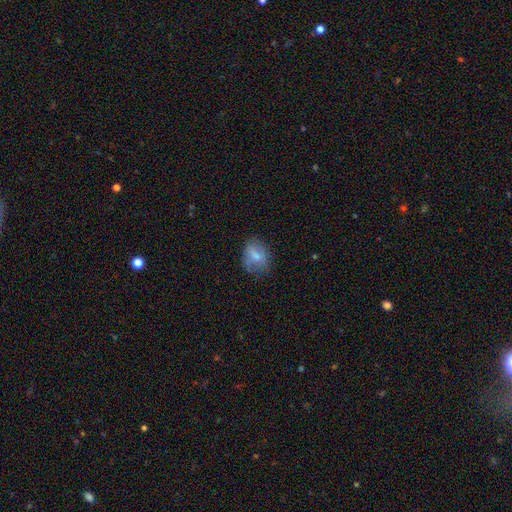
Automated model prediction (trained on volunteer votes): smooth-or-featured: smooth: 66% | featured or disk: 25% | star or artifact: 9%
  how-rounded: in between: 62% | round: 36% | cigar-shaped: 2%
  merging: none: 63% | minor disturbance: 25% | major disturbance: 11% | merger: 2%